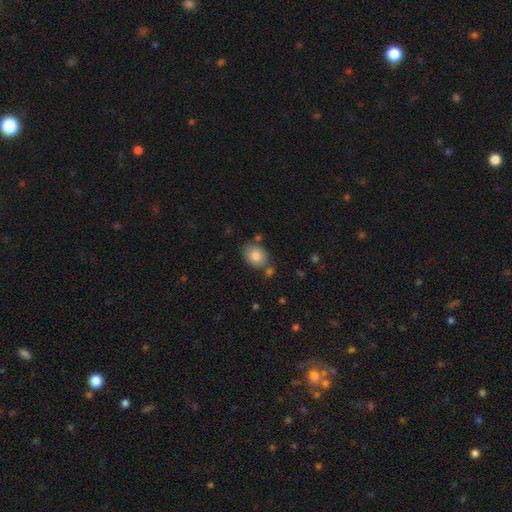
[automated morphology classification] The model was most divided on "how rounded": in between: 59%, round: 40%, cigar-shaped: 1%. More confident: smooth or featured — smooth (82%); merging — none (70%).